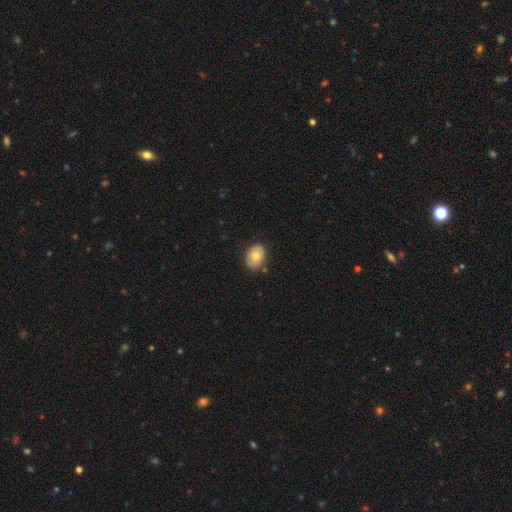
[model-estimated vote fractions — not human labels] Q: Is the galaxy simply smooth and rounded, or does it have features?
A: smooth — 66%.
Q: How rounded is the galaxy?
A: in between — 68%.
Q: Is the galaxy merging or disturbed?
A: none — 82%.